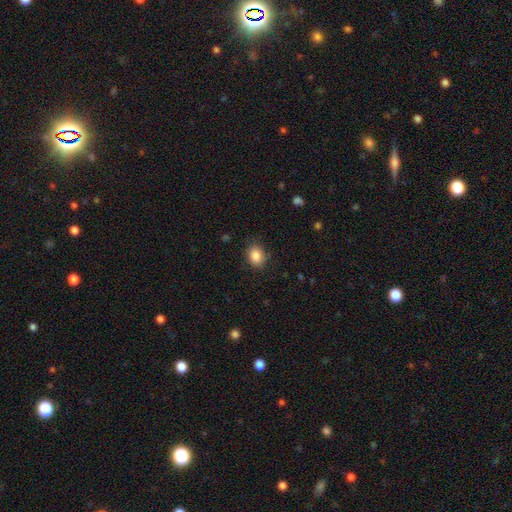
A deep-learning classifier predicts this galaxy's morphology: A smooth galaxy with no disk features (86%) that is in between round and cigar-shaped (59%). Merging: none (83%).